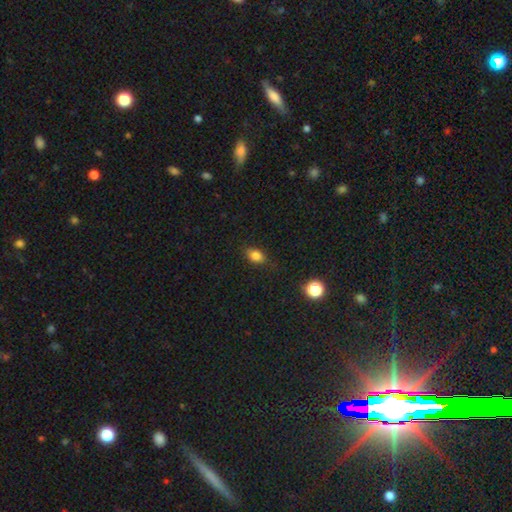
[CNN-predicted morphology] type=smooth (81%); roundness=in between (76%); merging=none (82%).